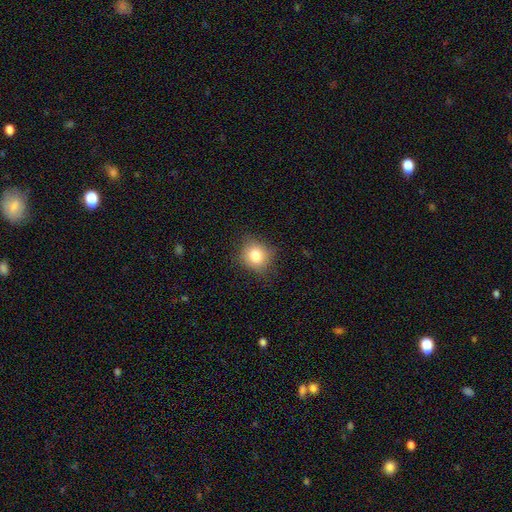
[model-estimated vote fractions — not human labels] Smooth or featured? smooth (79%)
How rounded? round (84%)
Merging? none (79%)